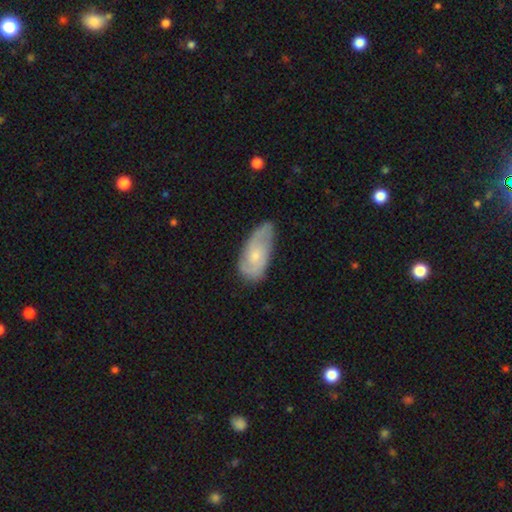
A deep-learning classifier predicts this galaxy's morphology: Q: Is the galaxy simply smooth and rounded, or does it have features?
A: featured or disk — 55%.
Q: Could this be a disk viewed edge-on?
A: no — 93%.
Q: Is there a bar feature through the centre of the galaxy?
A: no — 74%.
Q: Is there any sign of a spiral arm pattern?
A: yes — 82%.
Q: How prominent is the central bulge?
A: small — 60%.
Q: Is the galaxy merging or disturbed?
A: none — 51%.